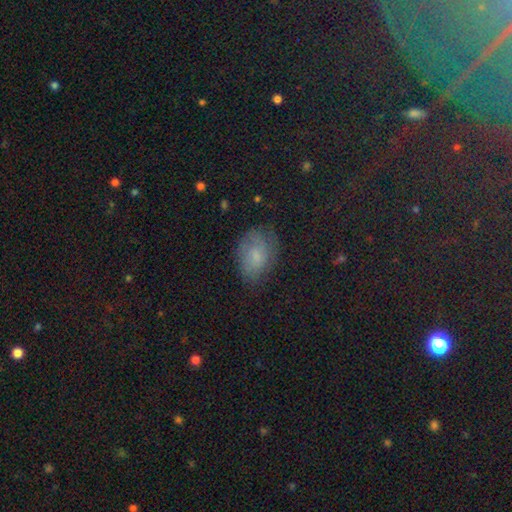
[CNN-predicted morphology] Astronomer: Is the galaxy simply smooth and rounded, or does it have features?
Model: smooth — 60%.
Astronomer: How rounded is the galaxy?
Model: in between — 81%.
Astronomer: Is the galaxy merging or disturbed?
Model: none — 68%.